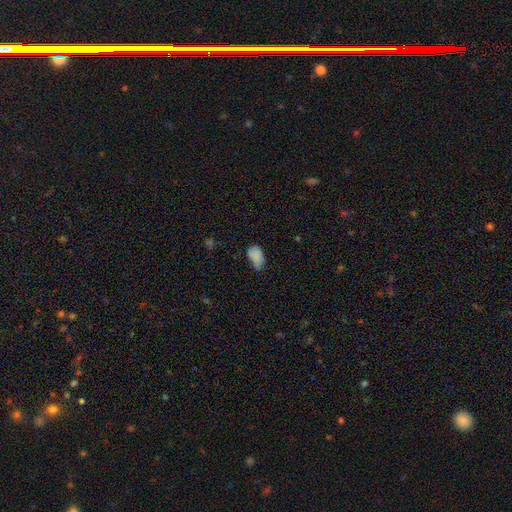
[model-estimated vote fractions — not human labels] Morphology: type=smooth (82%); roundness=in between (90%); merging=minor disturbance (44%).